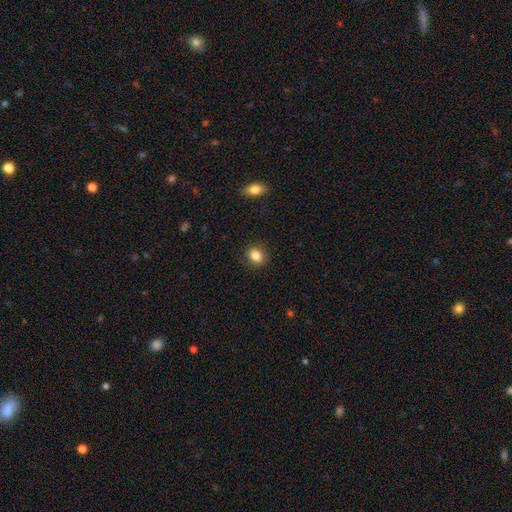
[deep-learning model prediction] A smooth galaxy with no disk features (84%) that is round (60%).

Vote fractions:
- Smooth or featured? smooth: 84% / star or artifact: 10% / featured or disk: 6%
- How rounded? round: 60% / in between: 39% / cigar-shaped: 1%
- Merging? none: 87% / minor disturbance: 9% / major disturbance: 3% / merger: 1%